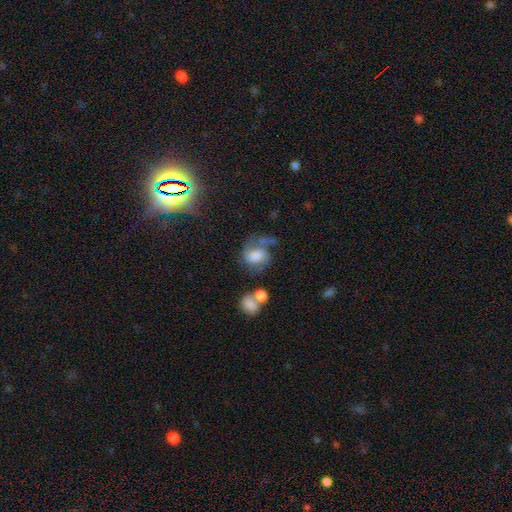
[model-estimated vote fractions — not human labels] smooth_or_featured: featured or disk (p=0.68) [alt: smooth p=0.24]
disk_edge_on: no (p=0.98) [alt: yes p=0.02]
bar: no (p=0.65) [alt: weak p=0.30]
has_spiral_arms: yes (p=0.91) [alt: no p=0.09]
spiral_winding: medium (p=0.48) [alt: loose p=0.31]
spiral_arm_count: 2 (p=0.42) [alt: 3 p=0.23]
bulge_size: moderate (p=0.55) [alt: large p=0.21]
merging: none (p=0.42) [alt: major disturbance p=0.26]